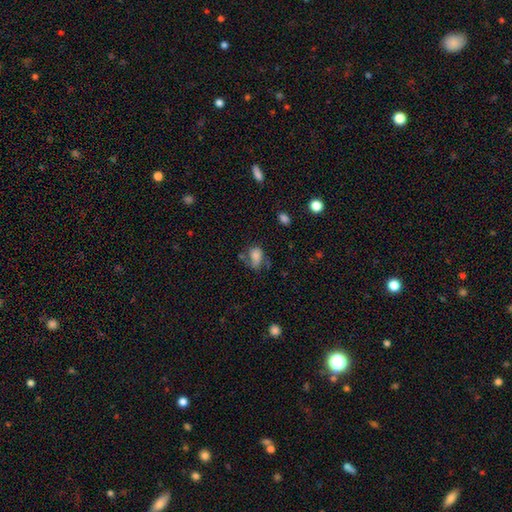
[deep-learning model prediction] A smooth galaxy with no disk features (72%) that is in between round and cigar-shaped (77%).

Vote fractions:
- Smooth or featured? smooth: 72% / featured or disk: 17% / star or artifact: 11%
- How rounded? in between: 77% / round: 21% / cigar-shaped: 2%
- Merging? none: 39% / minor disturbance: 29% / major disturbance: 21% / merger: 12%